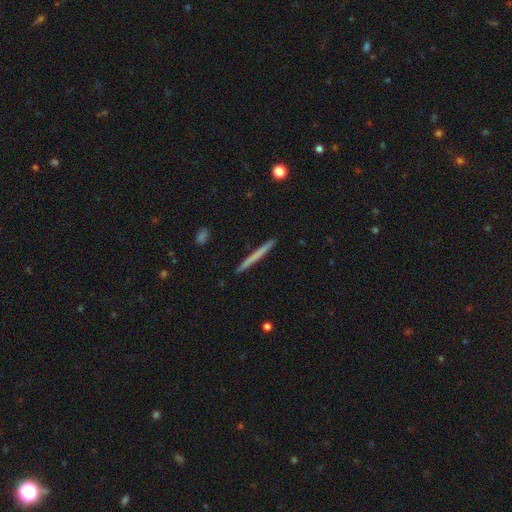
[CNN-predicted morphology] smooth_or_featured: smooth (p=0.60) [alt: featured or disk p=0.35]
how_rounded: cigar-shaped (p=0.97) [alt: in between p=0.02]
merging: none (p=0.92) [alt: minor disturbance p=0.05]